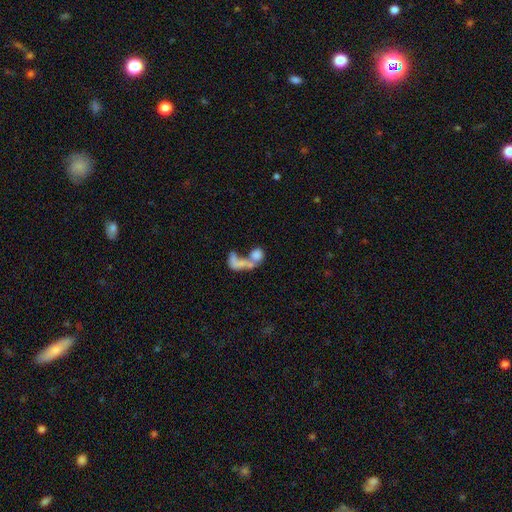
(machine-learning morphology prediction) Q: Smooth or featured?
A: smooth (58%); runner-up: featured or disk (30%)
Q: How rounded?
A: in between (55%); runner-up: round (38%)
Q: Merging?
A: merger (60%); runner-up: major disturbance (18%)